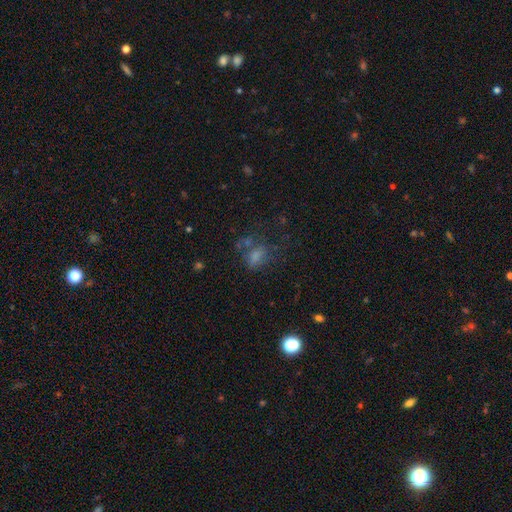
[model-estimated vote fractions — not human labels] Smooth or featured?
  - smooth: 48% *
  - star or artifact: 29%
  - featured or disk: 23%
Merging?
  - none: 45% *
  - major disturbance: 24%
  - minor disturbance: 19%
  - merger: 12%